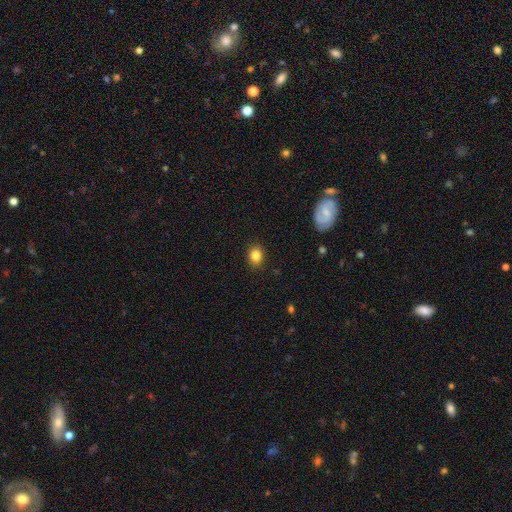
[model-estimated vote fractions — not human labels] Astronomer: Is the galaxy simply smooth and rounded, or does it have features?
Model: smooth — 84%.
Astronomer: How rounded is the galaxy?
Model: round — 59% (runner-up: in between, 40%).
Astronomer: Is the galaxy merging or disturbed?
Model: none — 89%.